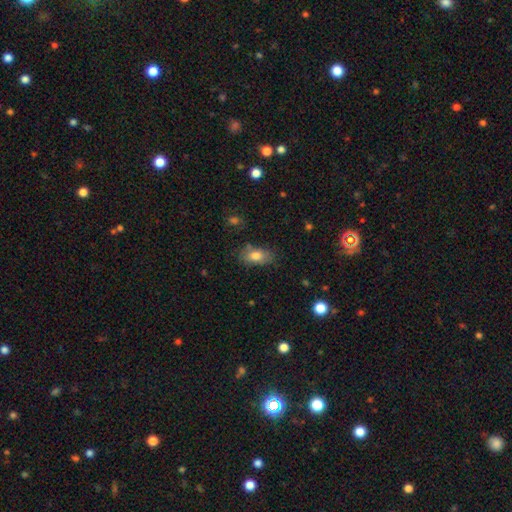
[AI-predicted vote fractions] A smooth galaxy with no disk features (80%) that is in between round and cigar-shaped (89%).

Vote fractions:
- Smooth or featured? smooth: 80% / featured or disk: 13% / star or artifact: 8%
- How rounded? in between: 89% / round: 6% / cigar-shaped: 4%
- Merging? none: 73% / minor disturbance: 19% / major disturbance: 5% / merger: 3%